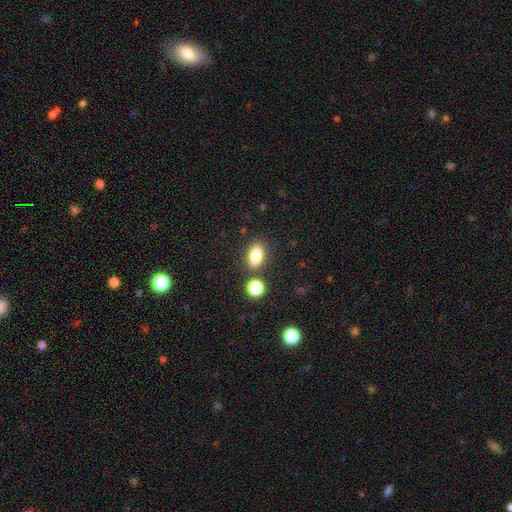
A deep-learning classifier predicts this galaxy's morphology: smooth-or-featured: smooth: 82% | star or artifact: 10% | featured or disk: 8%
  how-rounded: in between: 82% | round: 10% | cigar-shaped: 8%
  merging: none: 78% | minor disturbance: 11% | merger: 8% | major disturbance: 3%